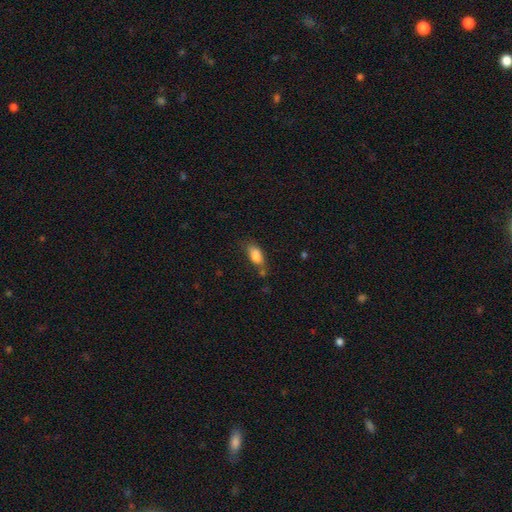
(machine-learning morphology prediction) Overall: smooth (81%). How rounded: in between (84%). Merging: none (48%; minor disturbance 29%).